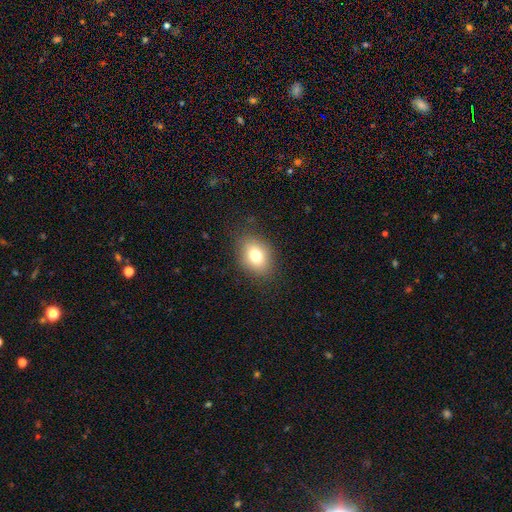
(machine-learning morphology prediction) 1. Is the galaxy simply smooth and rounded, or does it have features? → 77% smooth, 11% featured or disk, 11% star or artifact.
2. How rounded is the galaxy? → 66% in between, 32% round, 1% cigar-shaped.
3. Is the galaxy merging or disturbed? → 85% none, 11% minor disturbance, 4% major disturbance, 1% merger.